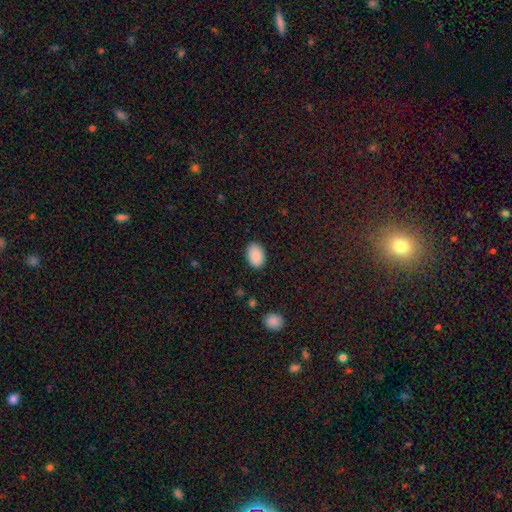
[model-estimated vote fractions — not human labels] Smooth or featured? smooth (90%)
How rounded? in between (86%)
Merging? none (88%)